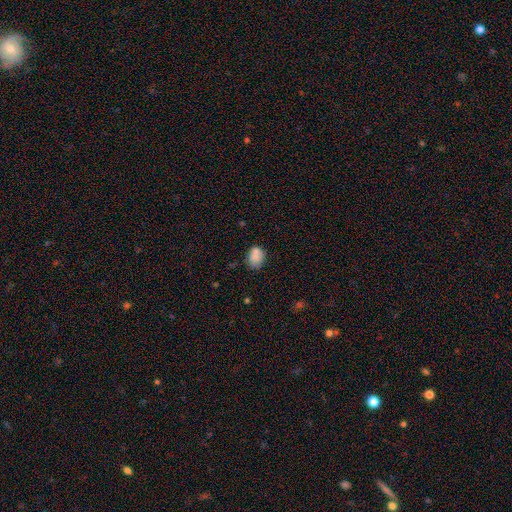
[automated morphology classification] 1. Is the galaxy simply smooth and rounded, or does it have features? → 78% smooth, 12% featured or disk, 9% star or artifact.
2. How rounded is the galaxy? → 54% in between, 45% round, 1% cigar-shaped.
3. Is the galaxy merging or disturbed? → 56% none, 20% minor disturbance, 18% merger, 6% major disturbance.